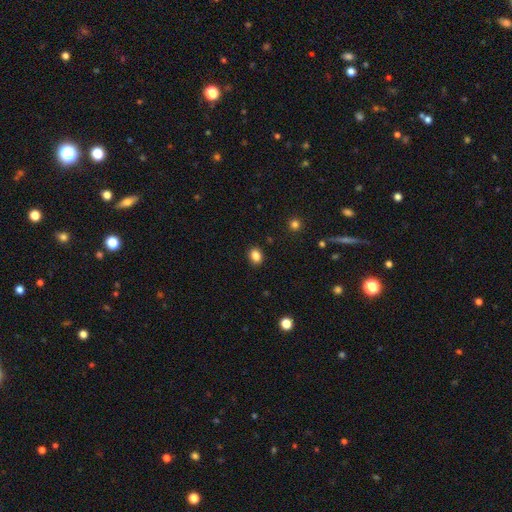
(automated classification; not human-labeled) Smooth or featured? smooth (86%)
How rounded? in between (56%)
Merging? none (89%)